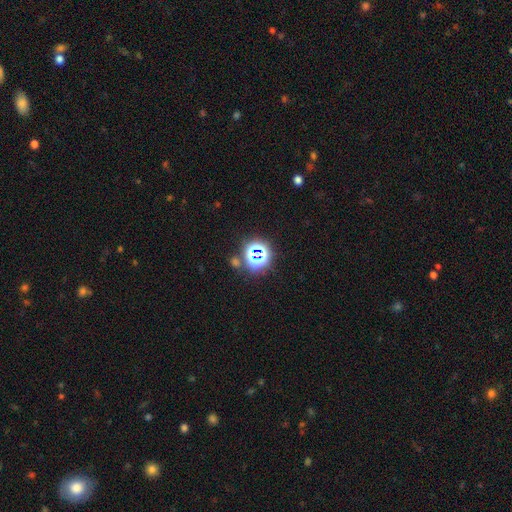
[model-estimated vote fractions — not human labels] This is likely a star or artifact rather than a galaxy (68%).